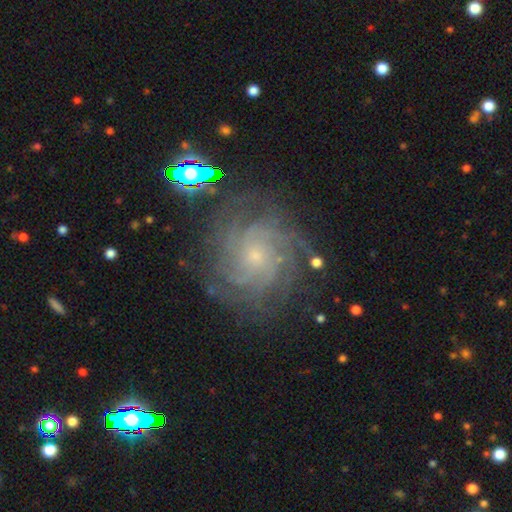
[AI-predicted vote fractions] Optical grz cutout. It shows a featured or disk galaxy (82%) with no bar (79%), tight (67%) spiral arms (96%) and a small central bulge (79%). Merging: none (77%).